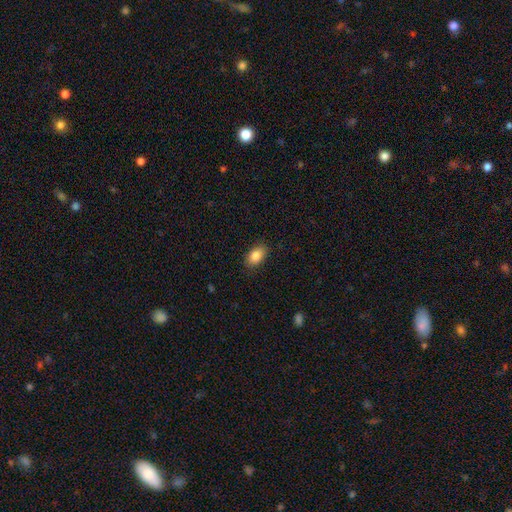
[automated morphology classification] Smooth or featured: smooth — 86% (star or artifact — 8%)
How rounded: in between — 89% (round — 9%)
Merging: none — 86% (minor disturbance — 11%)